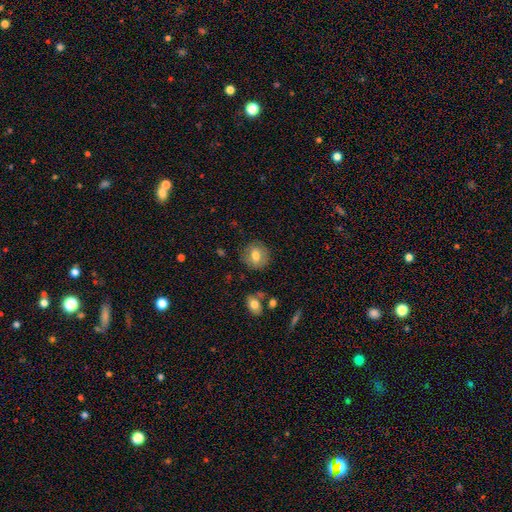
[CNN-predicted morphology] Smooth or featured?
  - smooth: 72% *
  - featured or disk: 19%
  - star or artifact: 8%
How rounded?
  - round: 80% *
  - in between: 19%
  - cigar-shaped: 1%
Merging?
  - none: 83% *
  - minor disturbance: 11%
  - major disturbance: 3%
  - merger: 2%